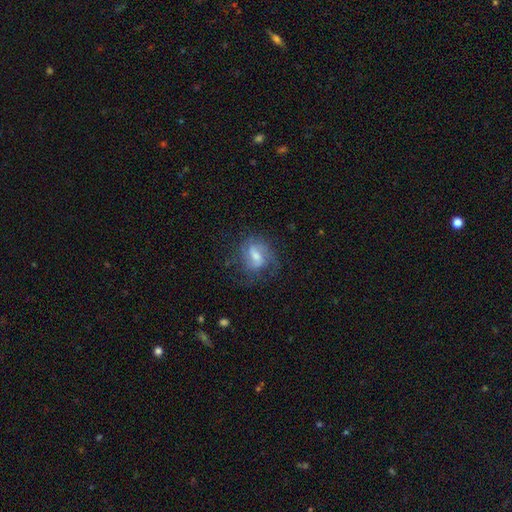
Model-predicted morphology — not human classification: smooth_or_featured: featured or disk (p=0.65) [alt: smooth p=0.26]
disk_edge_on: no (p=0.96) [alt: yes p=0.04]
bar: weak (p=0.54) [alt: strong p=0.26]
has_spiral_arms: yes (p=0.86) [alt: no p=0.14]
spiral_winding: medium (p=0.44) [alt: tight p=0.29]
spiral_arm_count: 2 (p=0.53) [alt: can't tell p=0.23]
bulge_size: moderate (p=0.47) [alt: small p=0.33]
merging: none (p=0.58) [alt: minor disturbance p=0.22]